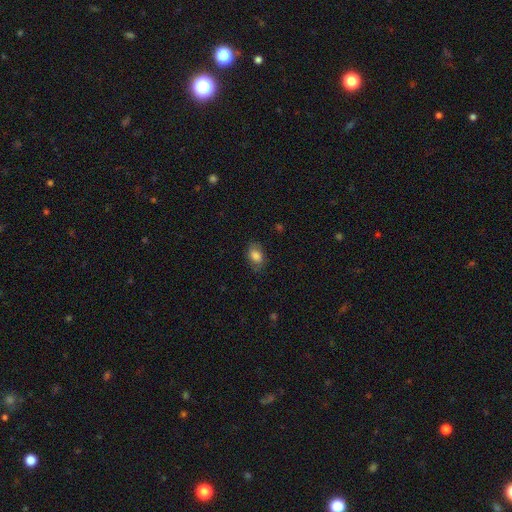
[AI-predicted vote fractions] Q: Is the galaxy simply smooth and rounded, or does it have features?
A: smooth — 81%.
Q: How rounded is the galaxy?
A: in between — 83%.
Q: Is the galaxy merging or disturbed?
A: none — 77%.